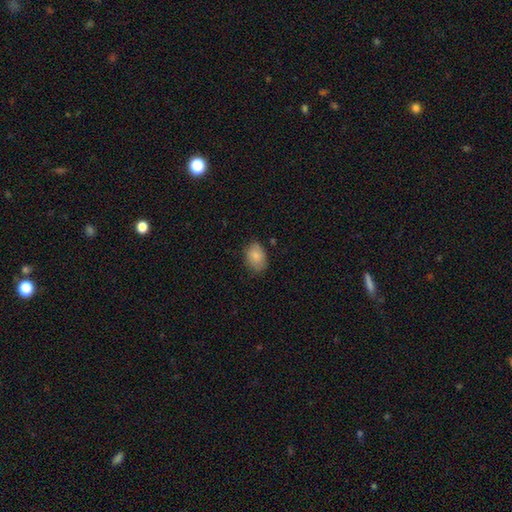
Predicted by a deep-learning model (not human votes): The model was most divided on "merging": none: 74%, minor disturbance: 21%, major disturbance: 4%, merger: 1%. More confident: smooth or featured — smooth (84%); how rounded — in between (81%).